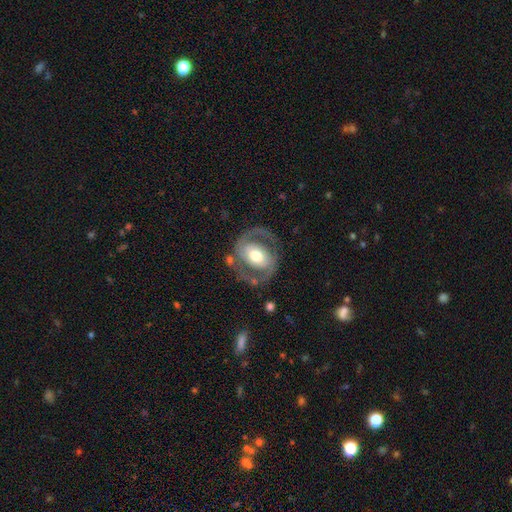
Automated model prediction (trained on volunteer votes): Morphology: type=featured or disk (82%); edge-on=no (97%); bar=no (41%); spiral arms=yes (84%); winding=medium (50%); arm count=2 (89%); bulge=moderate (68%); merging=none (73%).